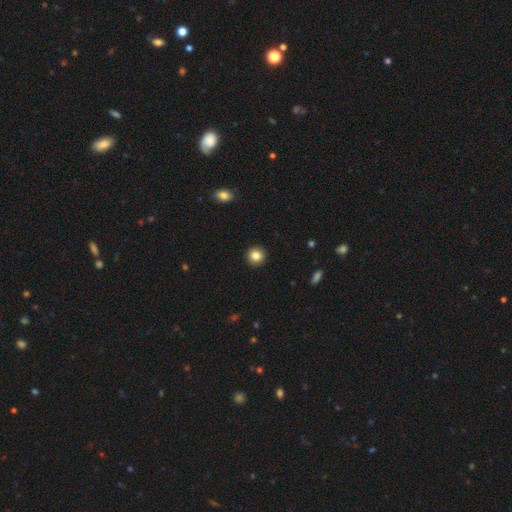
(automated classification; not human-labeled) smooth-or-featured: smooth: 83% | star or artifact: 11% | featured or disk: 6%
  how-rounded: round: 94% | in between: 5% | cigar-shaped: 1%
  merging: none: 93% | minor disturbance: 4% | major disturbance: 2% | merger: 1%